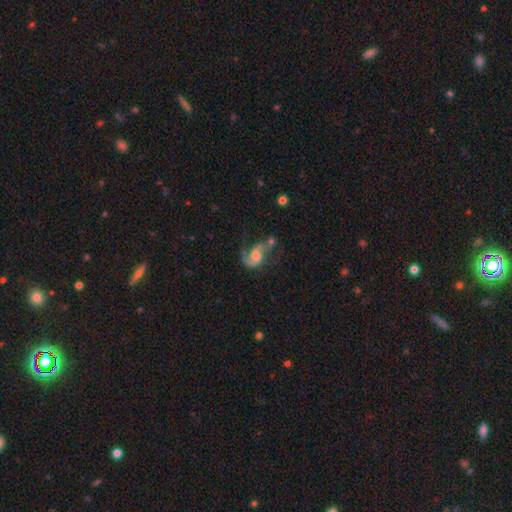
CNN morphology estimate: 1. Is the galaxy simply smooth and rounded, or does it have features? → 79% featured or disk, 14% smooth, 7% star or artifact.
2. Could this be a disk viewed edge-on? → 97% no, 3% yes.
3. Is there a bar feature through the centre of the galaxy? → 48% no, 41% weak, 10% strong.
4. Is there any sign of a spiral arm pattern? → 92% yes, 8% no.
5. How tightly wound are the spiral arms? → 51% loose, 40% medium, 10% tight.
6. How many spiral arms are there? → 74% 2, 19% 1, 4% can't tell, 1% 3, 1% 4, 1% more than 4.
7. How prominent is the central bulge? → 45% moderate, 31% small, 11% none, 10% large, 2% dominant.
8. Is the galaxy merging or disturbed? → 35% none, 26% major disturbance, 20% merger, 19% minor disturbance.